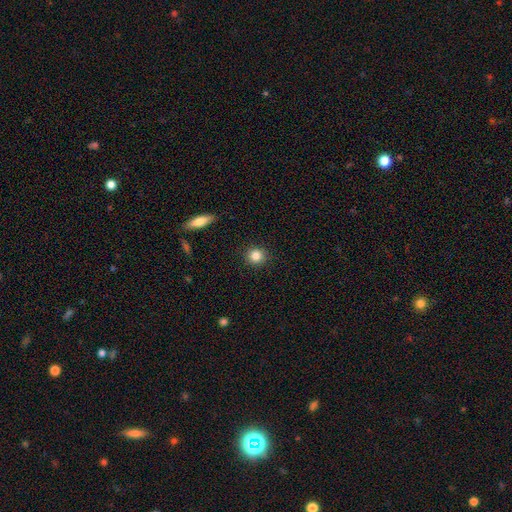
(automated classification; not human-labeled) Overall: smooth (84%). How rounded: round (91%). Merging: none (91%).